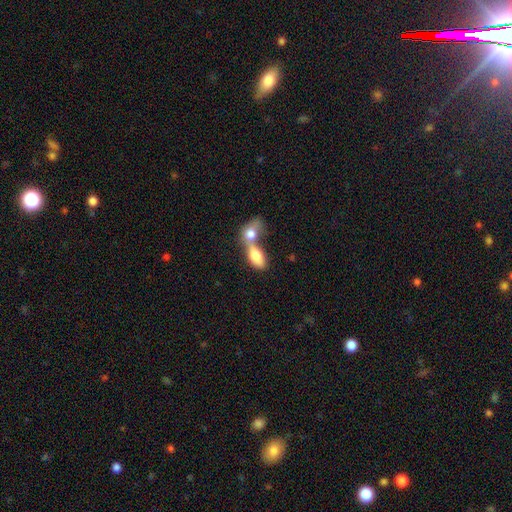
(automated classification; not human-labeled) Morphology: type=smooth (77%); roundness=in between (84%); merging=merger (77%).